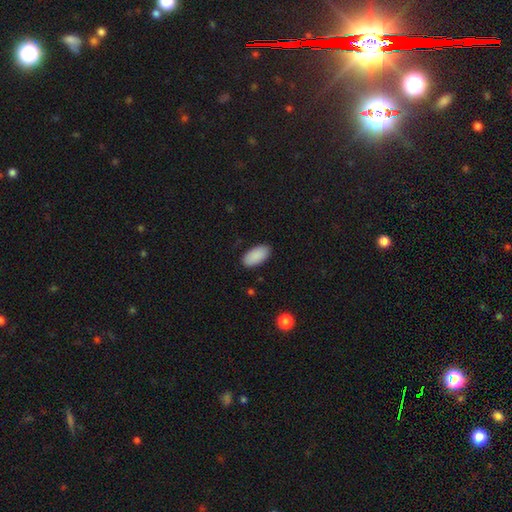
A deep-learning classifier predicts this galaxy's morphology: Smooth or featured? Predicted: smooth (p=0.90). How rounded? Predicted: in between (p=0.95). Merging? Predicted: none (p=0.88).